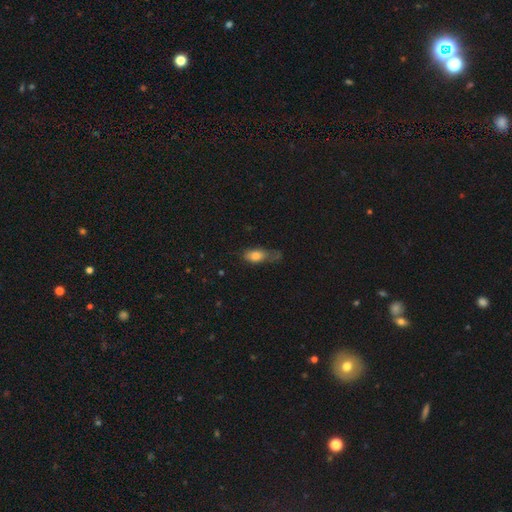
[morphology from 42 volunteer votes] smooth_or_featured: smooth (p=0.71) [alt: featured or disk p=0.21]
how_rounded: in between (p=0.80) [alt: round p=0.13]
merging: minor disturbance (p=0.59) [alt: none p=0.23]